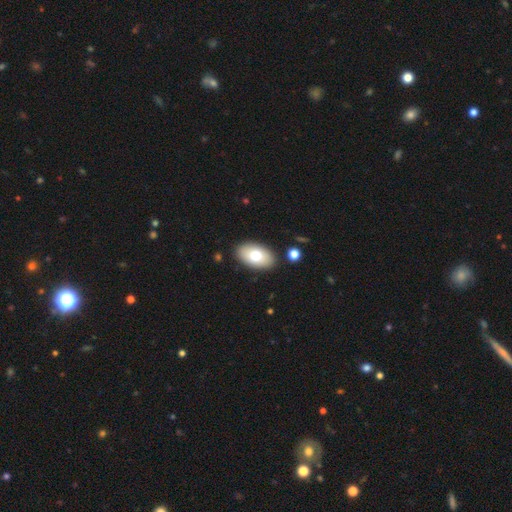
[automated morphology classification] Smooth or featured?
  - smooth: 74% *
  - featured or disk: 19%
  - star or artifact: 7%
How rounded?
  - in between: 94% *
  - round: 5%
  - cigar-shaped: 1%
Merging?
  - none: 88% *
  - minor disturbance: 8%
  - merger: 2%
  - major disturbance: 2%